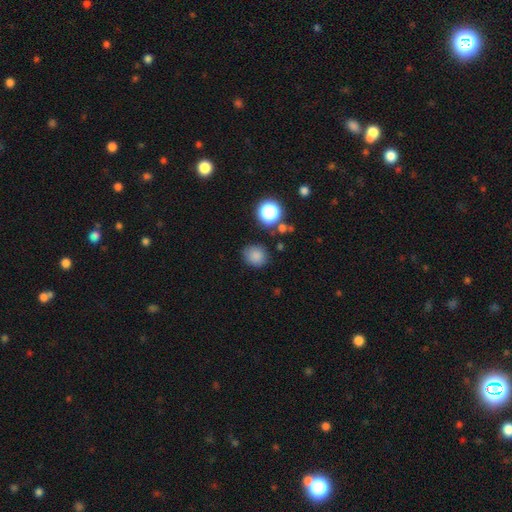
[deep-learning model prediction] smooth-or-featured: smooth: 81% | star or artifact: 14% | featured or disk: 5%
  how-rounded: round: 81% | in between: 18% | cigar-shaped: 1%
  merging: none: 79% | minor disturbance: 13% | major disturbance: 4% | merger: 4%